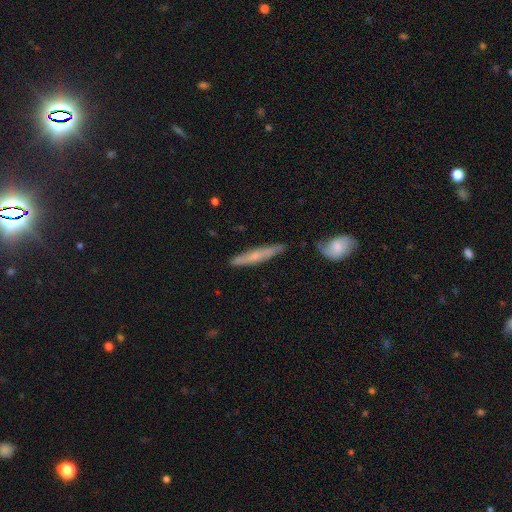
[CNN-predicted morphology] Q: Smooth or featured?
A: smooth (47%); runner-up: featured or disk (46%)
Q: Merging?
A: none (73%); runner-up: minor disturbance (18%)